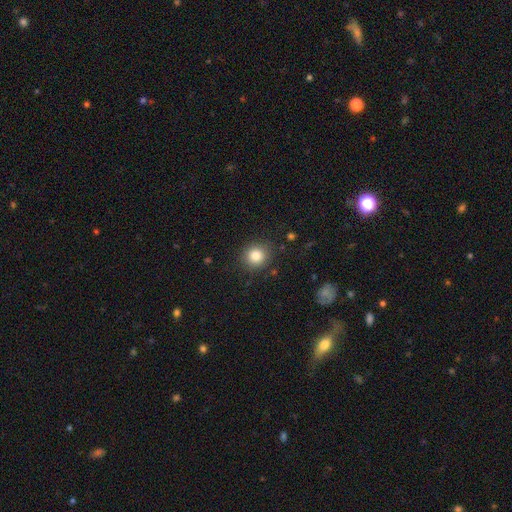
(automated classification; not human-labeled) This appears to be a smooth galaxy with no disk features (83%) that is round (87%). Merging: none (88%).